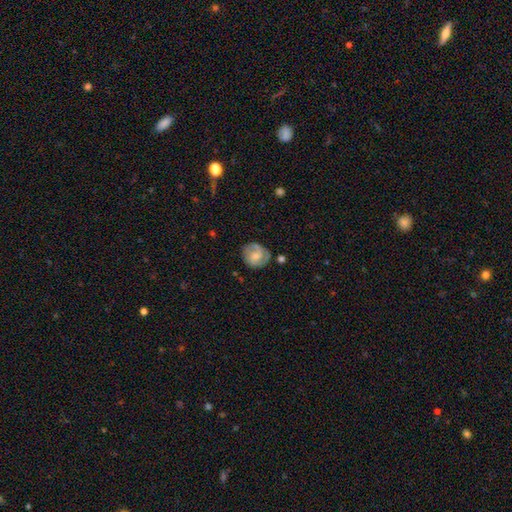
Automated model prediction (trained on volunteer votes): This appears to be a featured or disk galaxy (60%) with no bar (58%), 2 (56%) tight (50%) spiral arms (88%) and a small central bulge (42%). Merging: none (71%).